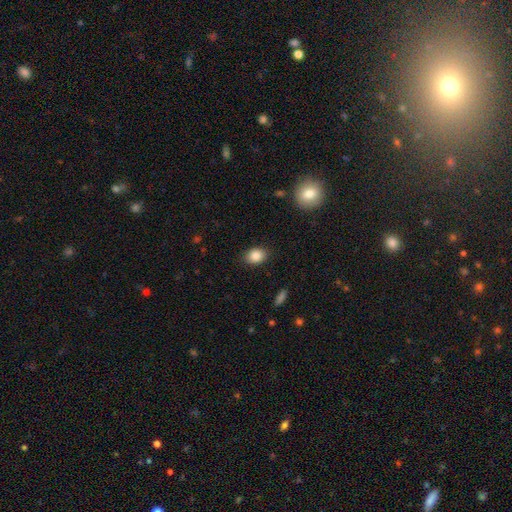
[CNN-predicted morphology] smooth_or_featured: smooth (p=0.86) [alt: star or artifact p=0.09]
how_rounded: in between (p=0.63) [alt: round p=0.36]
merging: none (p=0.86) [alt: minor disturbance p=0.11]